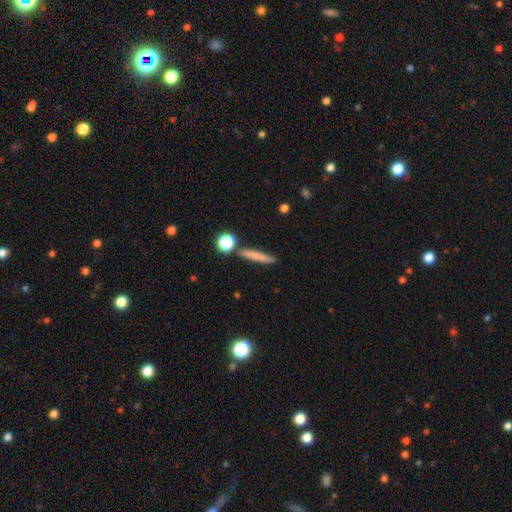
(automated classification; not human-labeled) The model was most divided on "smooth or featured": smooth: 74%, featured or disk: 18%, star or artifact: 9%. More confident: how rounded — cigar-shaped (87%); merging — none (82%).